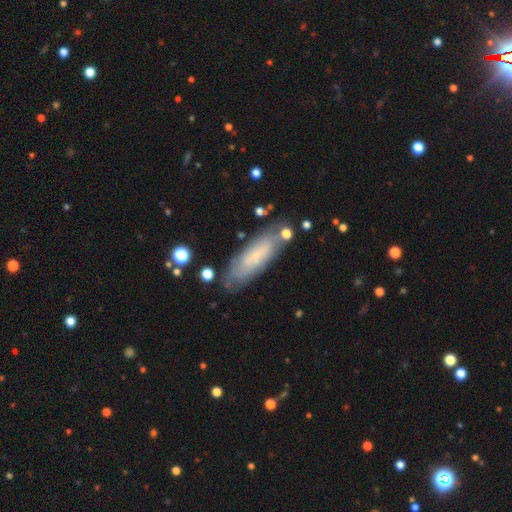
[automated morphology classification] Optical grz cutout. It shows a smooth galaxy with no disk features (54%) that is in between round and cigar-shaped (50%). Merging: none (72%).